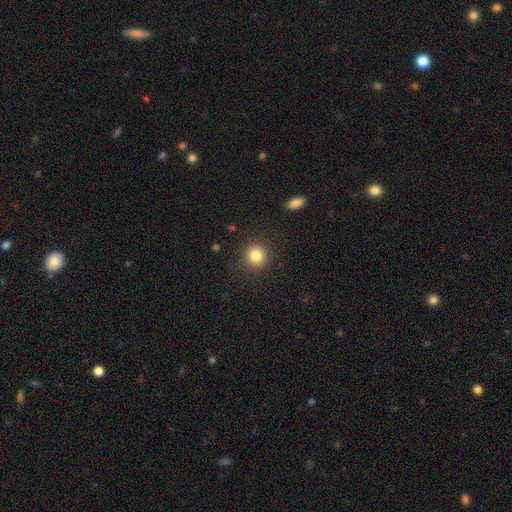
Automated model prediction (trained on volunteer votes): Smooth or featured? Predicted: smooth (p=0.84). How rounded? Predicted: round (p=0.91). Merging? Predicted: none (p=0.89).